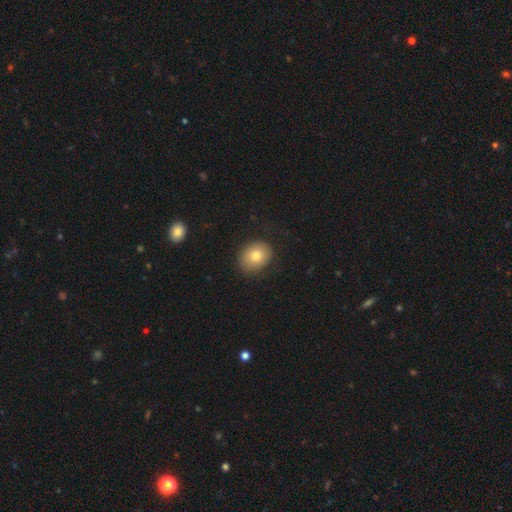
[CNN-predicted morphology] smooth 79%, featured or disk 12%, star or artifact 9%. Down the decision tree: how rounded — round (53%); merging — none (83%).